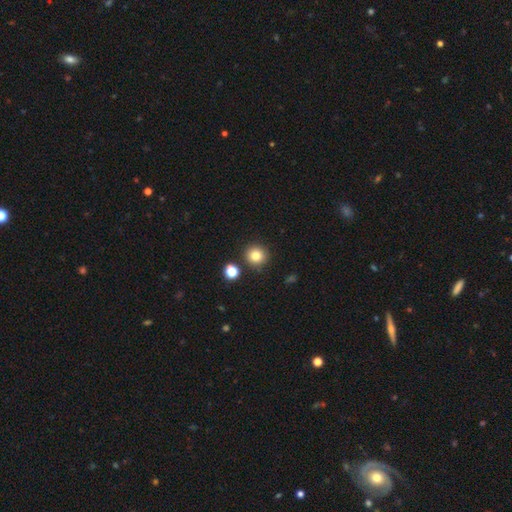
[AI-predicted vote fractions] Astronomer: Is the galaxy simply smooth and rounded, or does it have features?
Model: smooth — 82%.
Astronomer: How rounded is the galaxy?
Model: round — 93%.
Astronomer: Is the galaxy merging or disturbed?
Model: none — 86%.